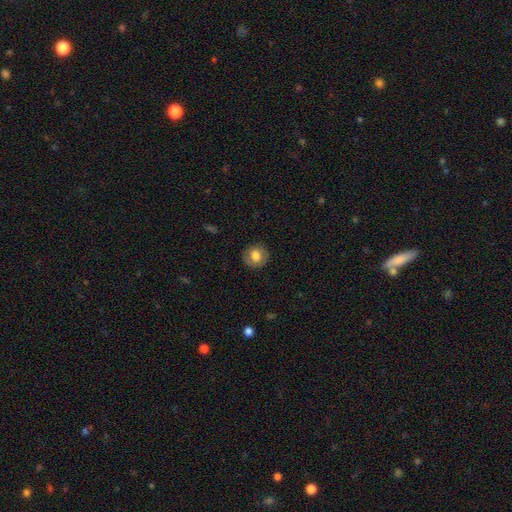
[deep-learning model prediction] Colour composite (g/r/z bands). It shows a smooth galaxy with no disk features (76%) that is round (86%). Merging: none (88%).